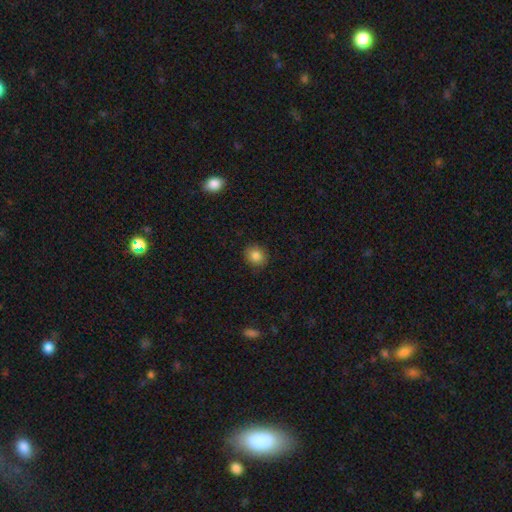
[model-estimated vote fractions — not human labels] A smooth galaxy with no disk features (84%) that is round (79%).

Vote fractions:
- Smooth or featured? smooth: 84% / star or artifact: 10% / featured or disk: 6%
- How rounded? round: 79% / in between: 20% / cigar-shaped: 1%
- Merging? none: 89% / minor disturbance: 8% / major disturbance: 2% / merger: 1%